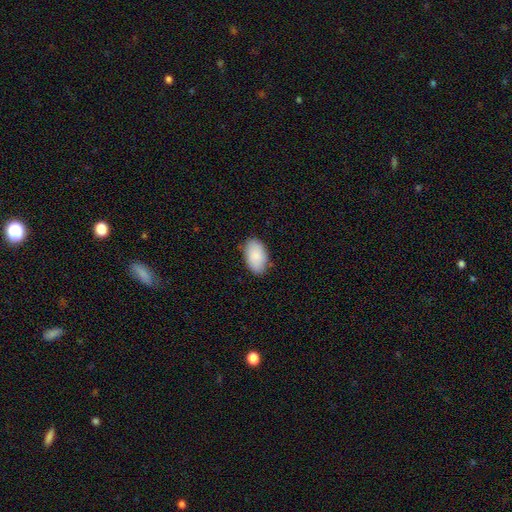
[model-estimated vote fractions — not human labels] A smooth galaxy with no disk features (88%) that is in between round and cigar-shaped (95%).

Vote fractions:
- Smooth or featured? smooth: 88% / star or artifact: 6% / featured or disk: 6%
- How rounded? in between: 95% / round: 4% / cigar-shaped: 1%
- Merging? none: 83% / minor disturbance: 13% / major disturbance: 2% / merger: 1%